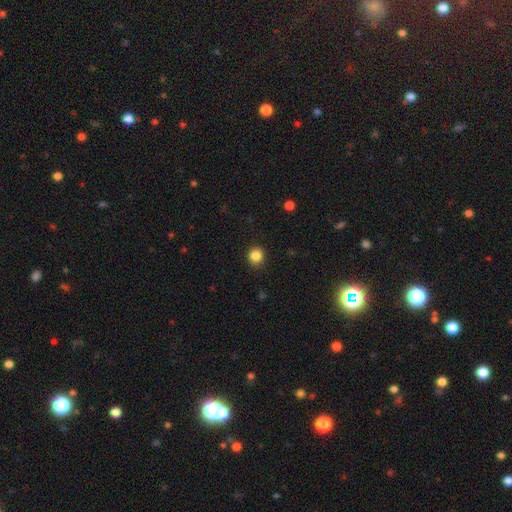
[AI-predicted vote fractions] smooth_or_featured: smooth (p=0.85) [alt: star or artifact p=0.11]
how_rounded: round (p=0.88) [alt: in between p=0.11]
merging: none (p=0.90) [alt: minor disturbance p=0.07]